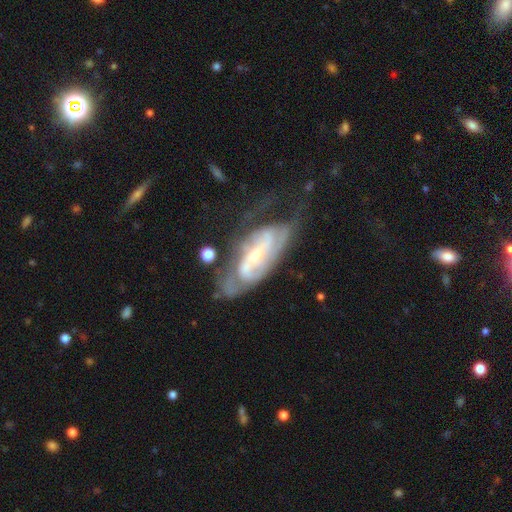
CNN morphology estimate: type=featured or disk (81%); edge-on=no (92%); bar=no (47%); spiral arms=yes (84%); winding=tight (48%); arm count=2 (43%); bulge=small (61%); merging=none (40%).